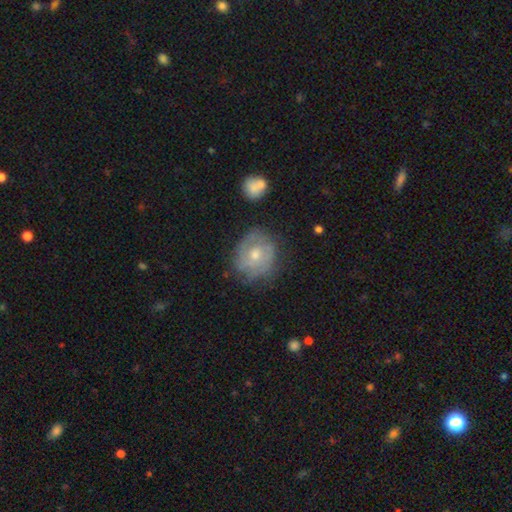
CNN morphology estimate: Smooth or featured?
  - featured or disk: 57% *
  - smooth: 37%
  - star or artifact: 7%
Edge-on disk?
  - no: 97% *
  - yes: 3%
Bar?
  - no: 79% *
  - weak: 18%
  - strong: 3%
Spiral arms?
  - yes: 67% *
  - no: 33%
Bulge size?
  - moderate: 54% *
  - small: 40%
  - large: 3%
  - none: 2%
  - dominant: 1%
Merging?
  - none: 63% *
  - minor disturbance: 24%
  - major disturbance: 10%
  - merger: 3%